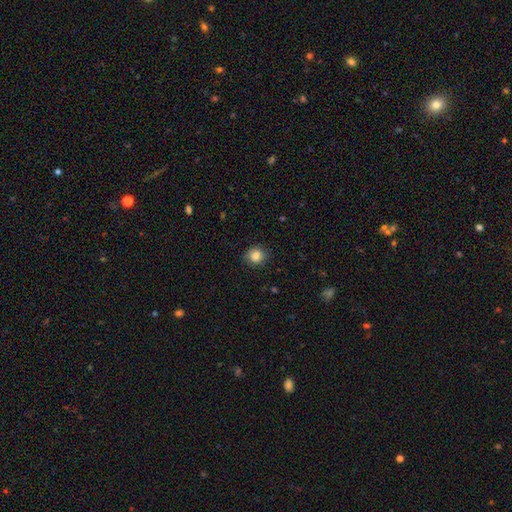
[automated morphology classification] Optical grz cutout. It shows a smooth galaxy with no disk features (85%) that is round (84%). Merging: none (84%).